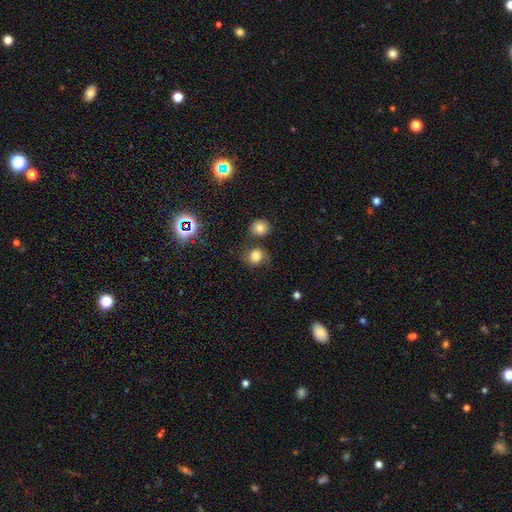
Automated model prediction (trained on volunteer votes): Smooth or featured? smooth (76%)
How rounded? round (81%)
Merging? none (70%)